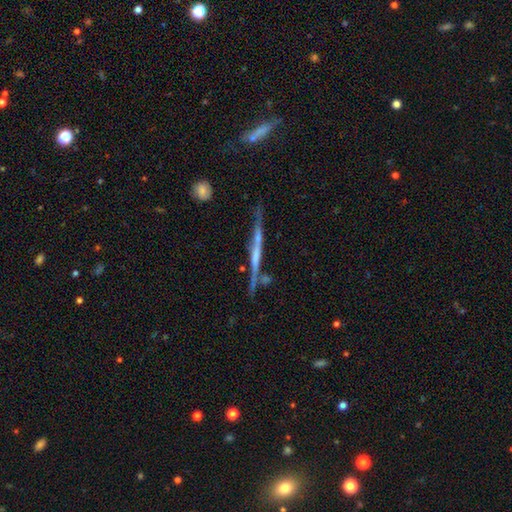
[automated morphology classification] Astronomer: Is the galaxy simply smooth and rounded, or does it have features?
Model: featured or disk — 72%.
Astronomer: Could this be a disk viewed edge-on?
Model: yes — 95%.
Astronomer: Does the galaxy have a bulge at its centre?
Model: none — 63%.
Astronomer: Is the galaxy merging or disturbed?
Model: none — 72%.